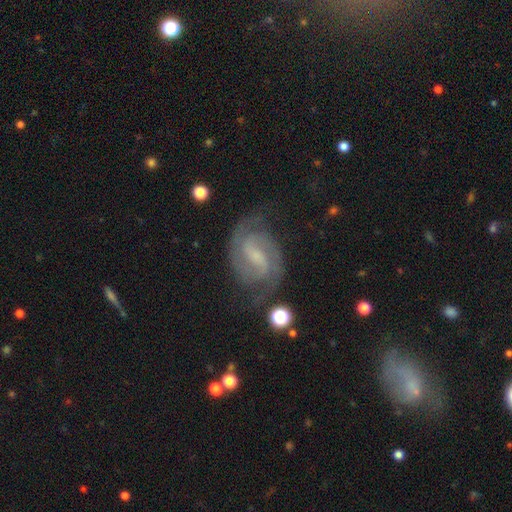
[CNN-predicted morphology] Q: Smooth or featured?
A: featured or disk (87%); runner-up: smooth (7%)
Q: Edge-on disk?
A: no (97%); runner-up: yes (3%)
Q: Bar?
A: weak (55%); runner-up: strong (30%)
Q: Spiral arms?
A: yes (97%); runner-up: no (3%)
Q: Spiral winding?
A: medium (50%); runner-up: tight (38%)
Q: Spiral arm count?
A: 2 (84%); runner-up: can't tell (6%)
Q: Bulge size?
A: small (44%); runner-up: none (29%)
Q: Merging?
A: none (75%); runner-up: minor disturbance (16%)